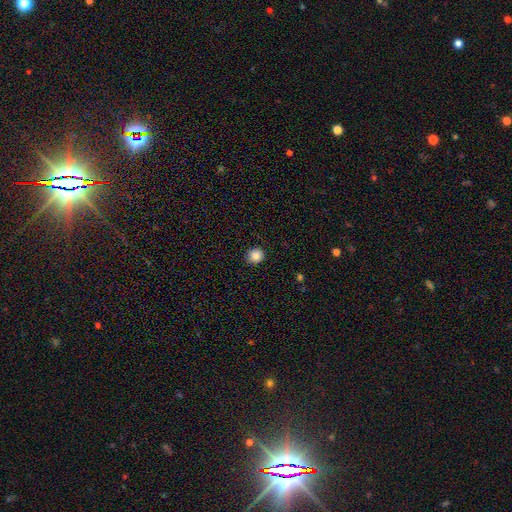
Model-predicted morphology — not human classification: Smooth or featured? smooth (85%)
How rounded? round (89%)
Merging? none (90%)